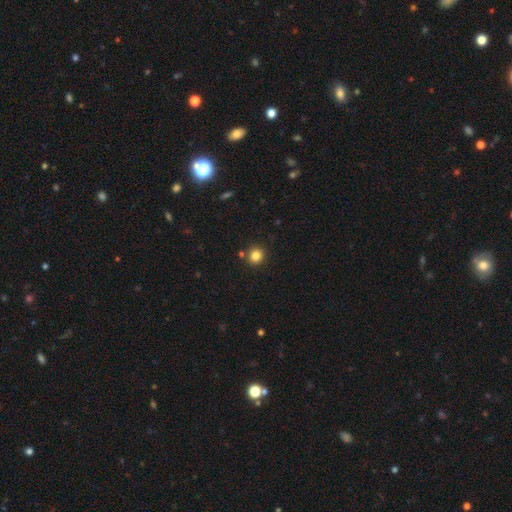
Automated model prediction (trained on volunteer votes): Overall: smooth (83%). How rounded: round (89%). Merging: none (83%).